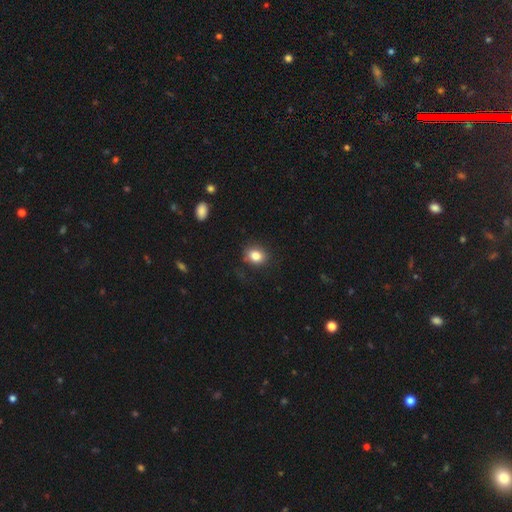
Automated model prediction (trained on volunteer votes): smooth_or_featured: smooth (p=0.83) [alt: star or artifact p=0.10]
how_rounded: round (p=0.59) [alt: in between p=0.40]
merging: none (p=0.81) [alt: minor disturbance p=0.14]